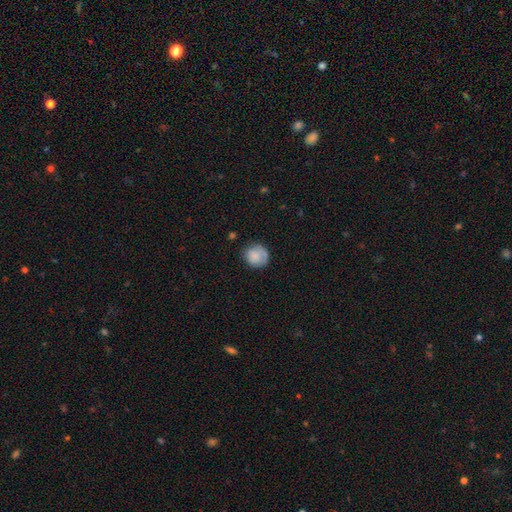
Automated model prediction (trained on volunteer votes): smooth 77%, featured or disk 16%, star or artifact 8%. Down the decision tree: how rounded — round (83%); merging — none (69%).